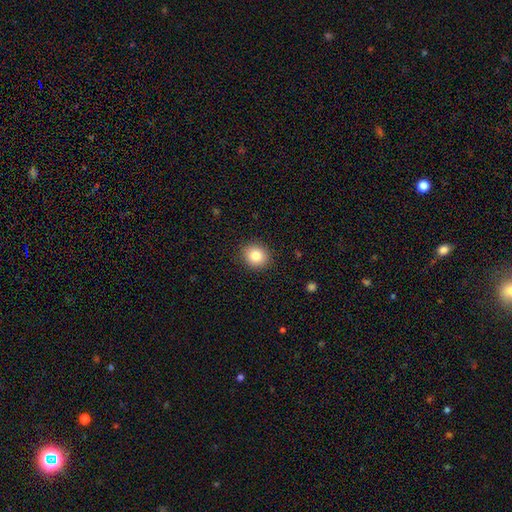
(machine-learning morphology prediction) smooth-or-featured: smooth: 83% | star or artifact: 10% | featured or disk: 7%
  how-rounded: round: 79% | in between: 20% | cigar-shaped: 1%
  merging: none: 90% | minor disturbance: 7% | major disturbance: 2% | merger: 1%